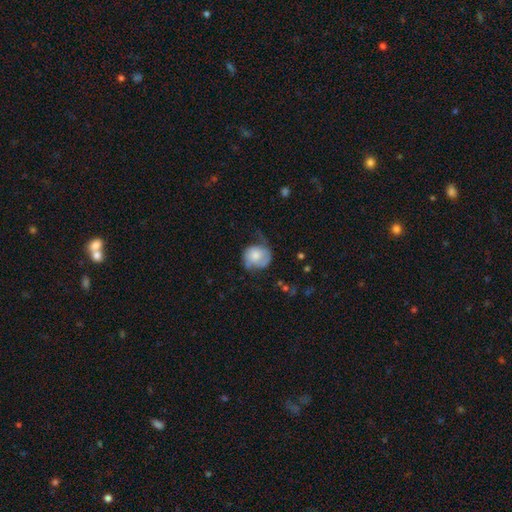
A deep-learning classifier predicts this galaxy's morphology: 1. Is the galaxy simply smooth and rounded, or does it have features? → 54% smooth, 39% featured or disk, 7% star or artifact.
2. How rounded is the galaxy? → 74% round, 25% in between, 1% cigar-shaped.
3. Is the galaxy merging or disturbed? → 39% none, 32% minor disturbance, 26% major disturbance, 3% merger.